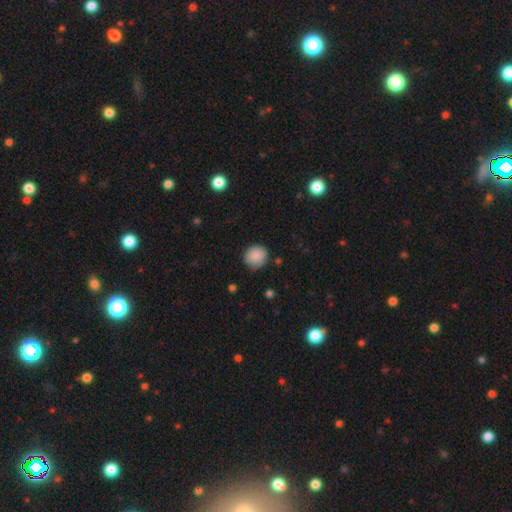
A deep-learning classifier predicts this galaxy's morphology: This appears to be a smooth galaxy with no disk features (88%) that is round (89%). Merging: none (82%).